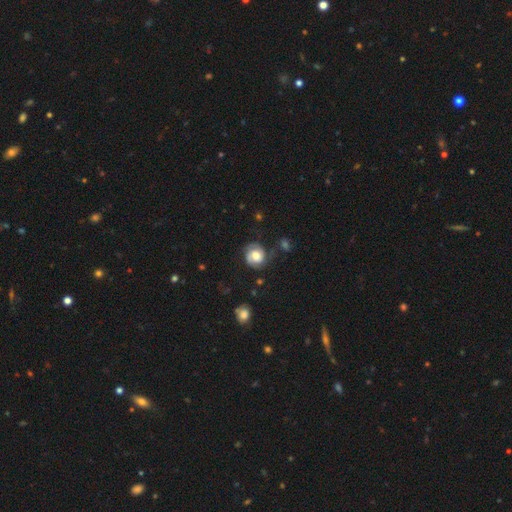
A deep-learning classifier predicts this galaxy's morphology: smooth_or_featured: featured or disk (p=0.52) [alt: smooth p=0.40]
disk_edge_on: no (p=0.98) [alt: yes p=0.02]
bar: no (p=0.68) [alt: weak p=0.26]
has_spiral_arms: yes (p=0.84) [alt: no p=0.16]
bulge_size: moderate (p=0.49) [alt: large p=0.35]
merging: none (p=0.64) [alt: minor disturbance p=0.23]